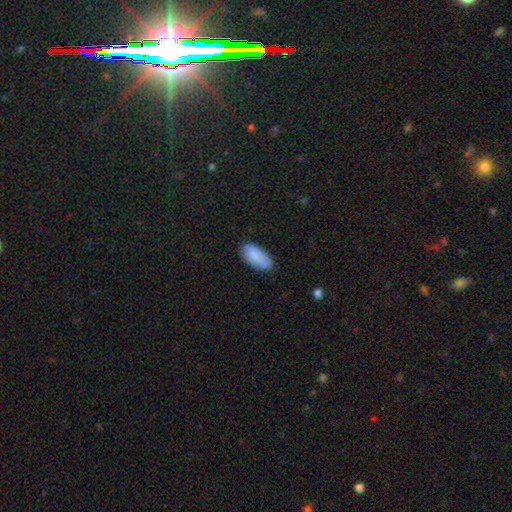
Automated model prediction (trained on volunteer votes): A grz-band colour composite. It shows a smooth galaxy with no disk features (86%) that is in between round and cigar-shaped (90%). Merging: none (75%).